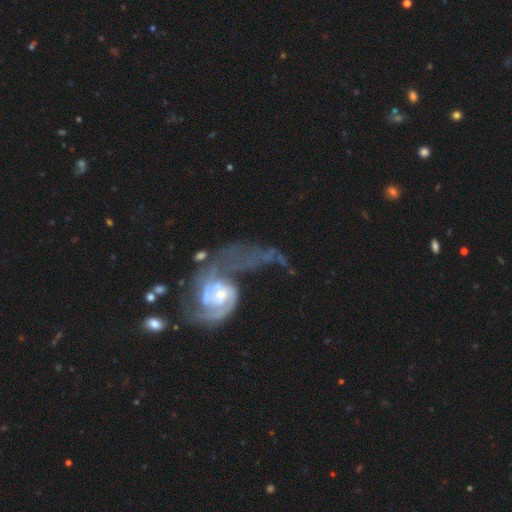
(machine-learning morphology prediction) Q: Smooth or featured?
A: featured or disk (79%); runner-up: smooth (11%)
Q: Edge-on disk?
A: no (97%); runner-up: yes (3%)
Q: Bar?
A: no (60%); runner-up: weak (31%)
Q: Spiral arms?
A: yes (84%); runner-up: no (16%)
Q: Spiral winding?
A: loose (47%); runner-up: medium (35%)
Q: Spiral arm count?
A: 2 (60%); runner-up: 1 (20%)
Q: Bulge size?
A: moderate (42%); runner-up: small (41%)
Q: Merging?
A: major disturbance (44%); runner-up: none (24%)